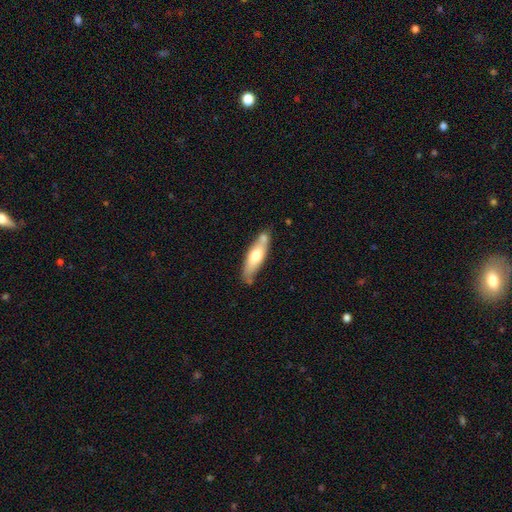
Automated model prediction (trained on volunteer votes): Smooth or featured? Predicted: smooth (p=0.56). How rounded? Predicted: cigar-shaped (p=0.63). Merging? Predicted: none (p=0.62).